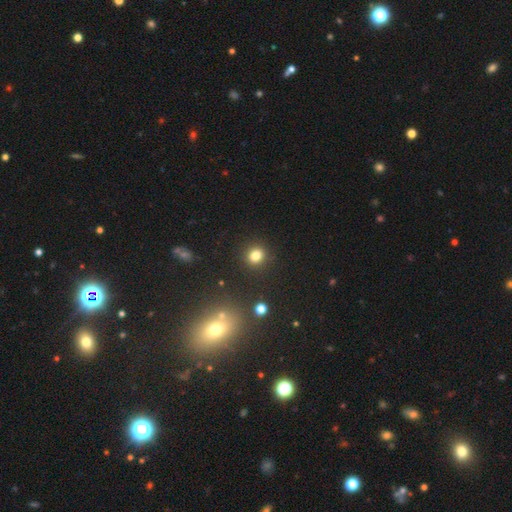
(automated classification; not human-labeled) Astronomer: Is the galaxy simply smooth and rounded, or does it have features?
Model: smooth — 80%.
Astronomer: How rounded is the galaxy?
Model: round — 82%.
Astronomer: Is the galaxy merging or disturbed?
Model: none — 90%.